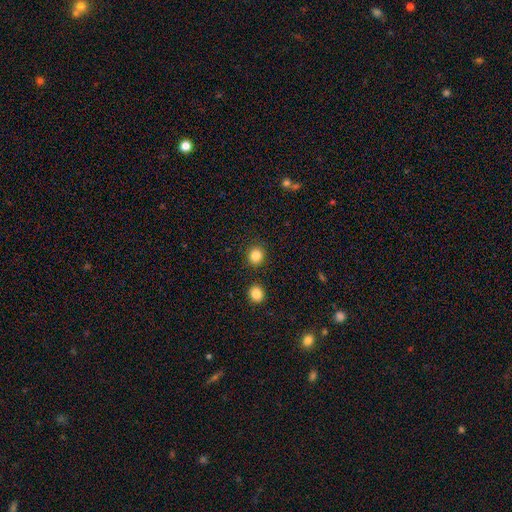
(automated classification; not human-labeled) A smooth galaxy with no disk features (84%) that is round (87%).

Vote fractions:
- Smooth or featured? smooth: 84% / star or artifact: 11% / featured or disk: 5%
- How rounded? round: 87% / in between: 12% / cigar-shaped: 1%
- Merging? none: 88% / minor disturbance: 6% / merger: 4% / major disturbance: 2%